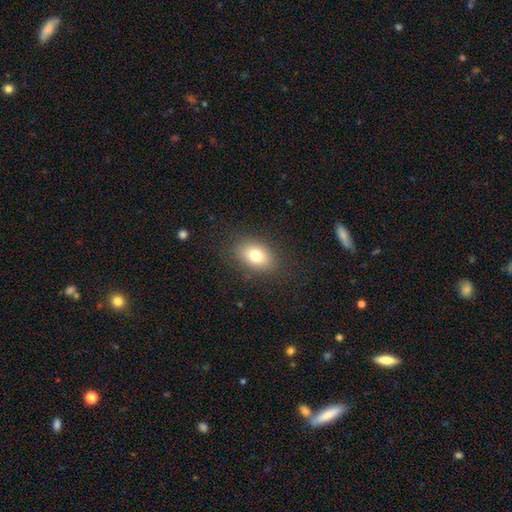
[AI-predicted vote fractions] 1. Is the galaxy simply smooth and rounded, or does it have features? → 77% smooth, 13% featured or disk, 10% star or artifact.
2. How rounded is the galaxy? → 79% in between, 19% round, 1% cigar-shaped.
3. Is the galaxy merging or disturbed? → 85% none, 10% minor disturbance, 4% major disturbance, 1% merger.